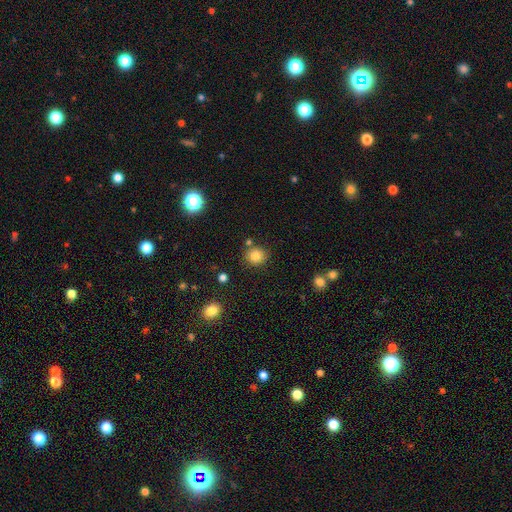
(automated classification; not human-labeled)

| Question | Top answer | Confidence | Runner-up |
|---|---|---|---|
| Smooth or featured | smooth | 83% | star or artifact (12%) |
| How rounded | round | 86% | in between (13%) |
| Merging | none | 81% | minor disturbance (10%) |